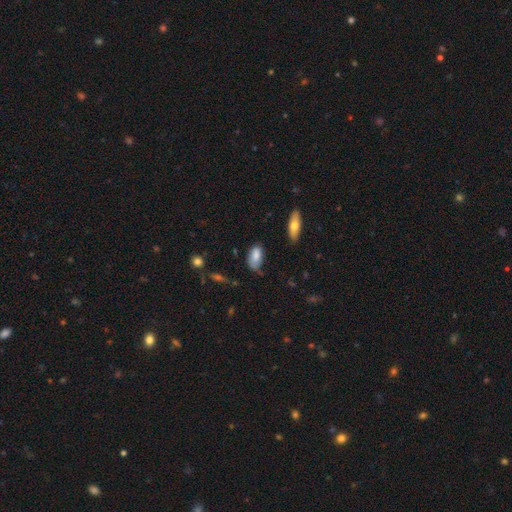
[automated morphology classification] Q: Smooth or featured?
A: smooth (79%); runner-up: featured or disk (13%)
Q: How rounded?
A: in between (92%); runner-up: round (4%)
Q: Merging?
A: none (42%); runner-up: minor disturbance (41%)